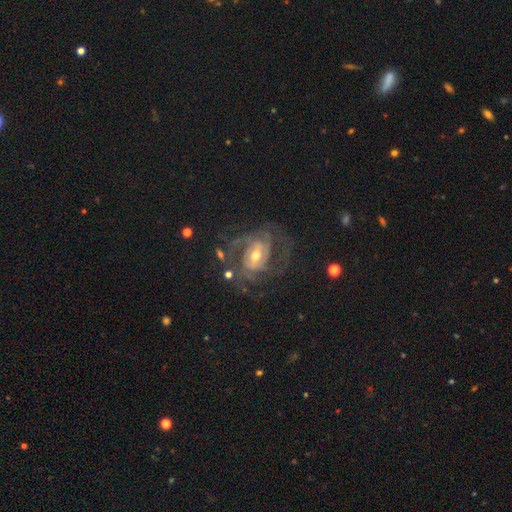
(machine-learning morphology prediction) This is clearly a featured or disk galaxy (87%). It is clearly not viewed edge-on (97%). Bar: possibly weak (45%). Spiral arm pattern: clearly yes (94%). Spiral arm count: marginally 3 (29%). Spiral winding: possibly medium (45%). Central bulge: likely moderate (61%). Merging: possibly none (59%).